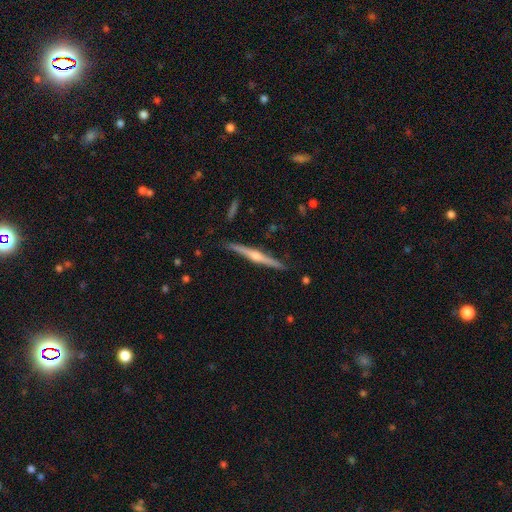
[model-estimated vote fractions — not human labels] Q: Smooth or featured?
A: featured or disk (77%); runner-up: smooth (18%)
Q: Edge-on disk?
A: yes (98%); runner-up: no (2%)
Q: Edge-on bulge?
A: rounded (87%); runner-up: none (8%)
Q: Merging?
A: none (89%); runner-up: minor disturbance (8%)